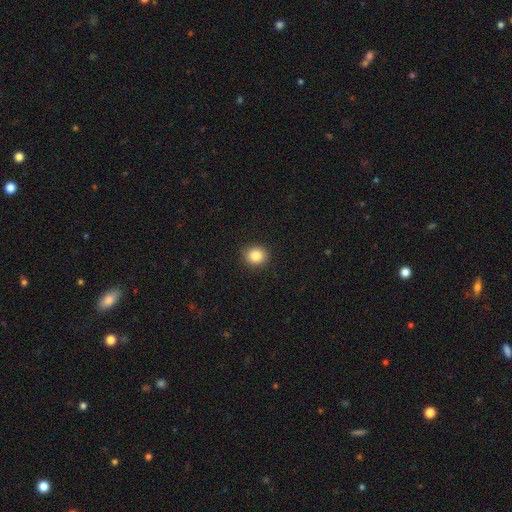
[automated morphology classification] Q: Smooth or featured?
A: smooth (86%); runner-up: star or artifact (10%)
Q: How rounded?
A: round (83%); runner-up: in between (16%)
Q: Merging?
A: none (91%); runner-up: minor disturbance (6%)